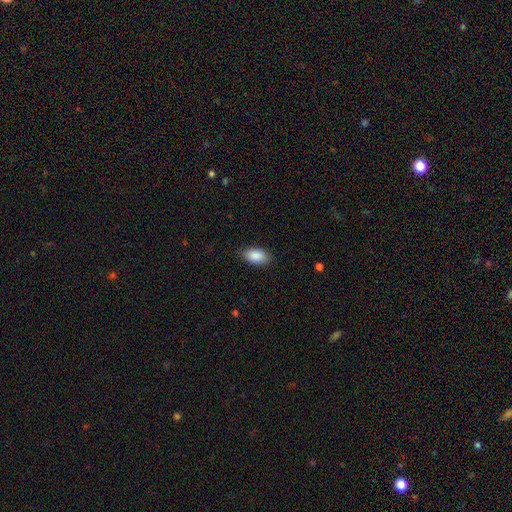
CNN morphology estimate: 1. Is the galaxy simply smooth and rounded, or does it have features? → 90% smooth, 6% star or artifact, 4% featured or disk.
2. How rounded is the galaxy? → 94% in between, 3% round, 3% cigar-shaped.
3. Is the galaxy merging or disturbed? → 87% none, 10% minor disturbance, 2% major disturbance, 1% merger.